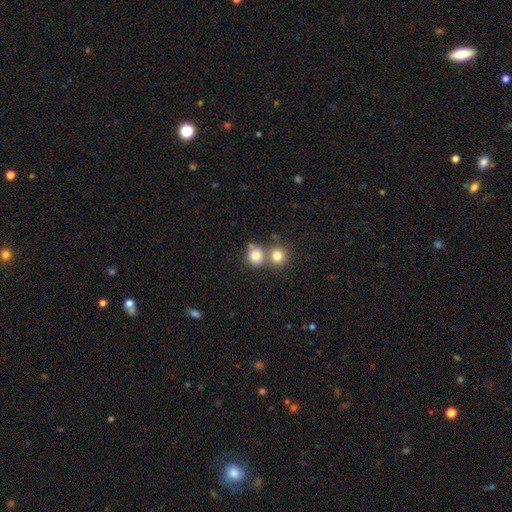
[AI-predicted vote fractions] This appears to be a smooth galaxy with no disk features (81%) that is round (79%). Merging: none (48%).